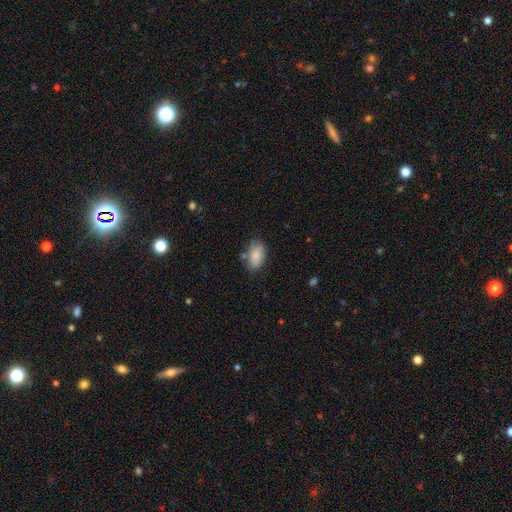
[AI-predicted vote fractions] Smooth or featured? smooth (83%)
How rounded? in between (91%)
Merging? none (69%)